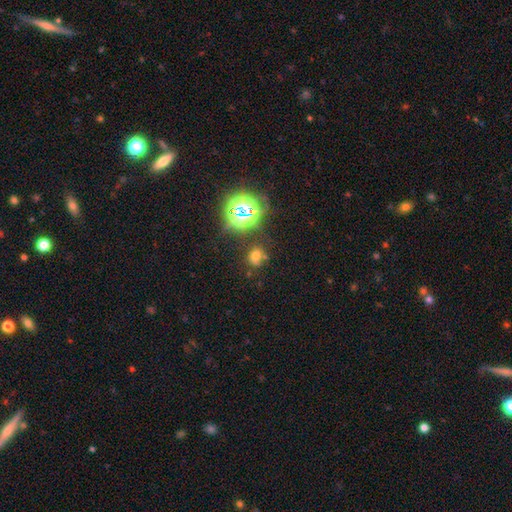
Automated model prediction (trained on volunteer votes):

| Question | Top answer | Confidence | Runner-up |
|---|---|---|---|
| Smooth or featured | smooth | 53% | star or artifact (36%) |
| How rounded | round | 50% | in between (48%) |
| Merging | none | 65% | minor disturbance (15%) |